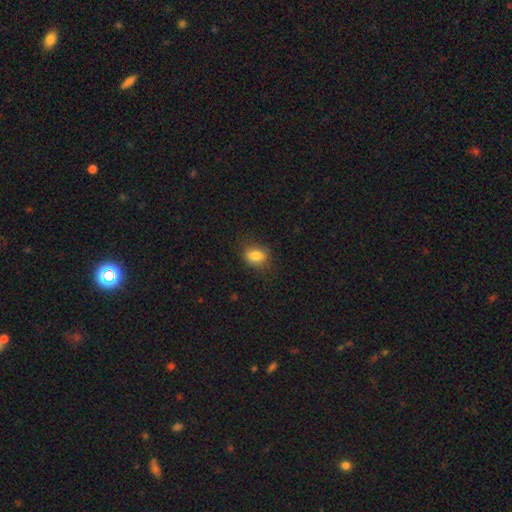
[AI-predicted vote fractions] This is clearly a smooth galaxy (81%). How rounded: likely in between (72%). Merging: likely none (75%).